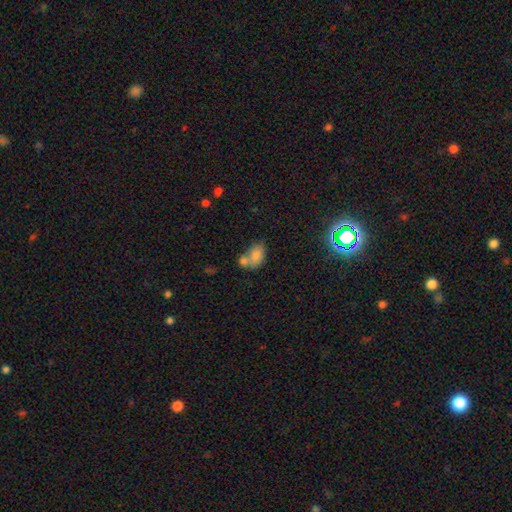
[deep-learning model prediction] smooth 78%, featured or disk 12%, star or artifact 10%. Down the decision tree: how rounded — in between (85%); merging — merger (50%).